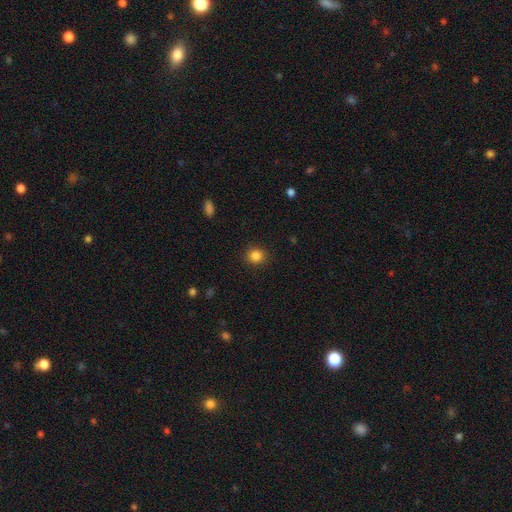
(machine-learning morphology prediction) This appears to be a smooth galaxy with no disk features (85%) that is round (88%). Merging: none (90%).